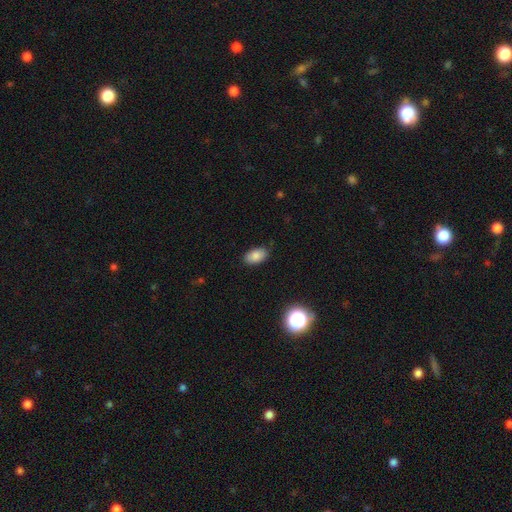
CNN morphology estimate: Smooth or featured?
  - smooth: 84% *
  - star or artifact: 9%
  - featured or disk: 7%
How rounded?
  - in between: 92% *
  - round: 7%
  - cigar-shaped: 1%
Merging?
  - none: 85% *
  - minor disturbance: 12%
  - major disturbance: 2%
  - merger: 1%